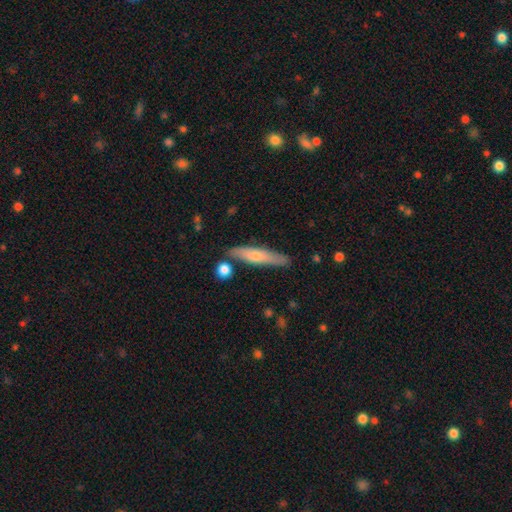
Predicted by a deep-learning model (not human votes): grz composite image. It shows a smooth galaxy with no disk features (56%) that is cigar-shaped (85%). Merging: none (80%).